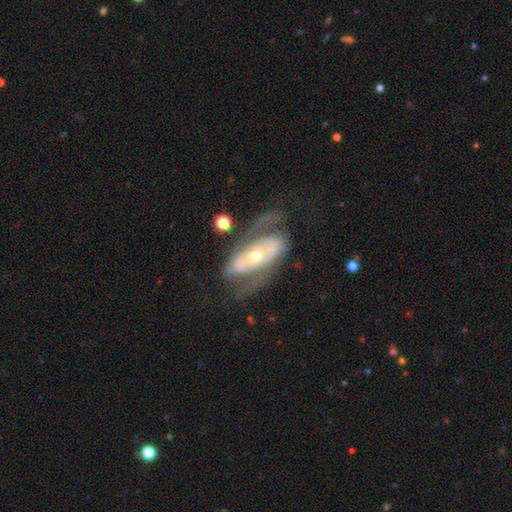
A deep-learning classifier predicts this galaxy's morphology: This appears to be a featured or disk galaxy (82%) with no bar (49%), 2 (82%) medium (43%) spiral arms (82%) and a moderate central bulge (54%). Merging: none (61%).